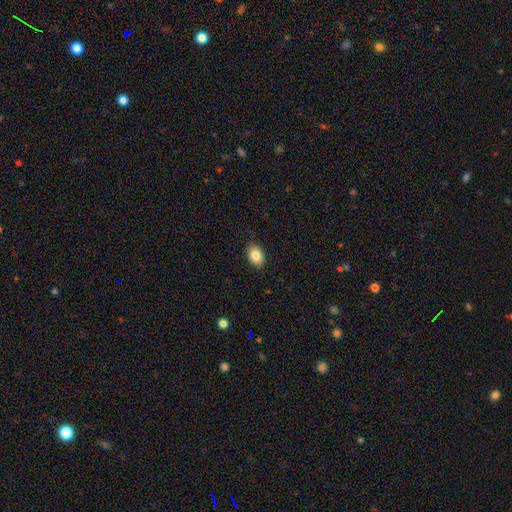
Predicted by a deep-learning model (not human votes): A smooth galaxy with no disk features (84%) that is in between round and cigar-shaped (79%).

Vote fractions:
- Smooth or featured? smooth: 84% / star or artifact: 8% / featured or disk: 7%
- How rounded? in between: 79% / round: 20% / cigar-shaped: 1%
- Merging? none: 87% / minor disturbance: 10% / major disturbance: 2% / merger: 1%